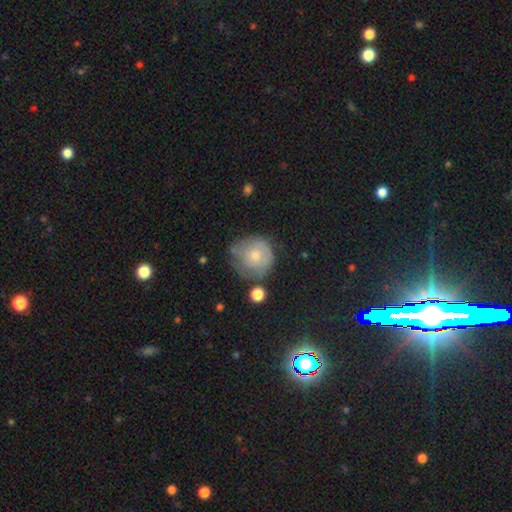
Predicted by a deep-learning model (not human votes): Morphology: type=smooth (56%); roundness=round (90%); merging=none (51%).